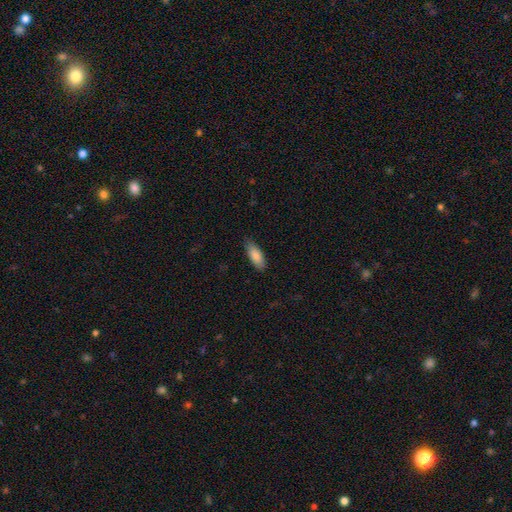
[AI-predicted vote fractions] The model was most divided on "how rounded": in between: 76%, cigar-shaped: 23%, round: 2%. More confident: smooth or featured — smooth (86%); merging — none (83%).